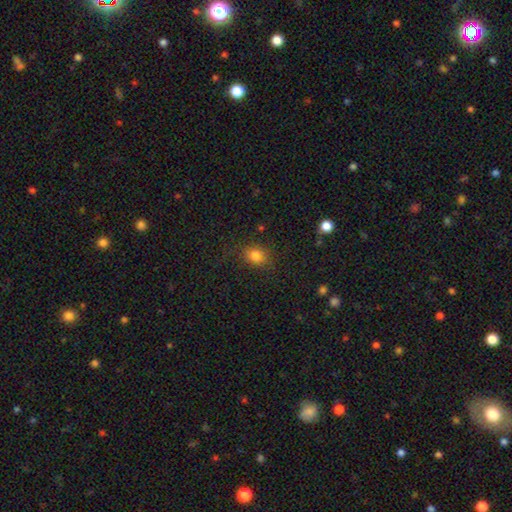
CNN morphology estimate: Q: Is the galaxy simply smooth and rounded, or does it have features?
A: smooth — 81%.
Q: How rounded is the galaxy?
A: round — 56%.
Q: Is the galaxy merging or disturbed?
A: none — 79%.